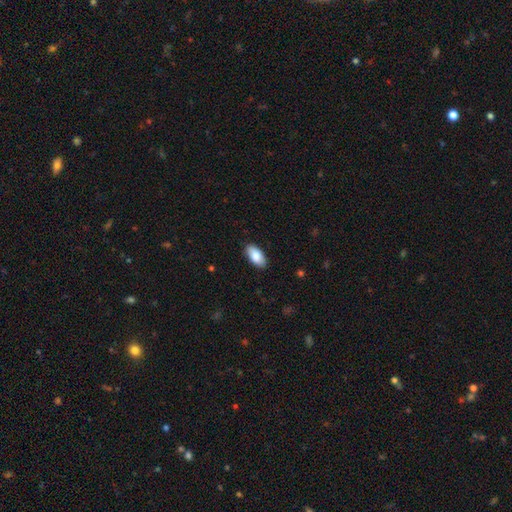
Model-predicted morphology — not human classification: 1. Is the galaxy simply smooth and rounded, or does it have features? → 88% smooth, 6% featured or disk, 6% star or artifact.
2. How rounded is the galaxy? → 94% in between, 4% cigar-shaped, 2% round.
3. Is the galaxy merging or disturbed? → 87% none, 10% minor disturbance, 2% major disturbance, 1% merger.